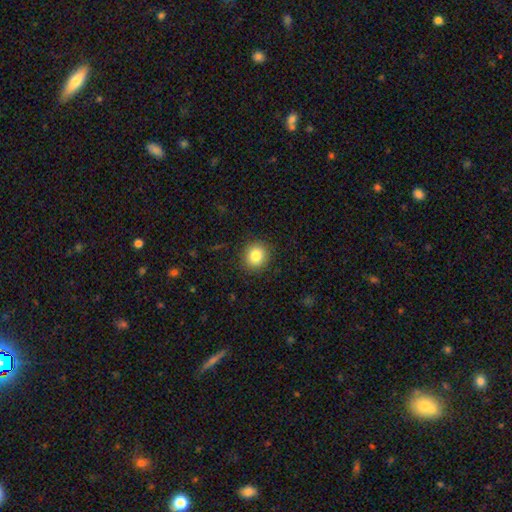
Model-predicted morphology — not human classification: smooth_or_featured: smooth (p=0.83) [alt: star or artifact p=0.10]
how_rounded: round (p=0.85) [alt: in between p=0.14]
merging: none (p=0.91) [alt: minor disturbance p=0.06]